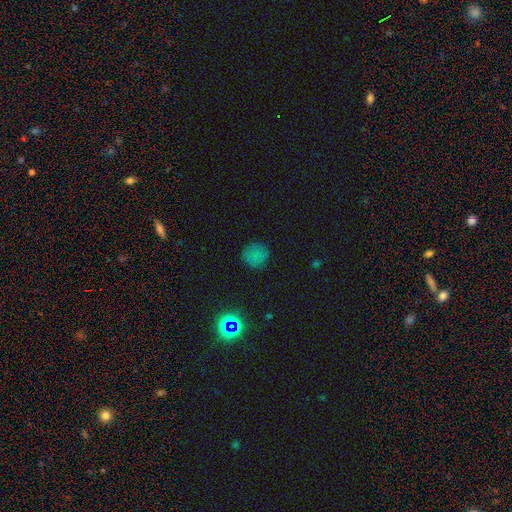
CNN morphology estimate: This is likely a smooth galaxy (71%). How rounded: clearly round (91%). Merging: clearly none (83%).